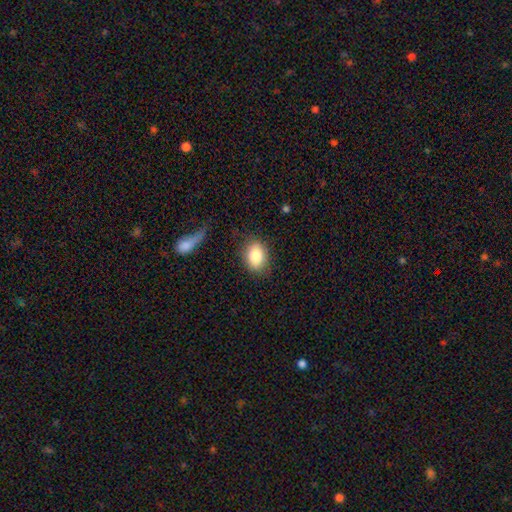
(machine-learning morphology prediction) smooth 83%, featured or disk 9%, star or artifact 8%. Down the decision tree: how rounded — in between (75%); merging — none (80%).